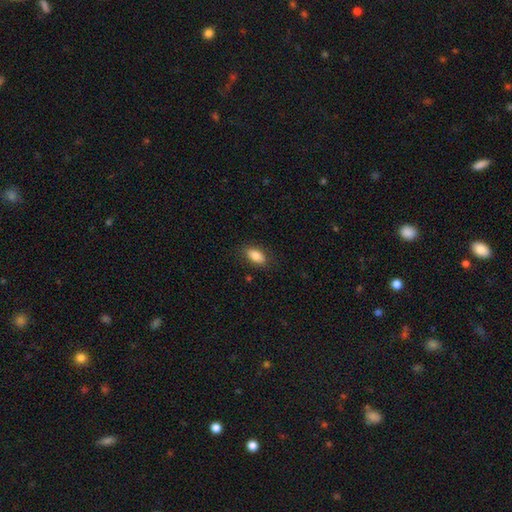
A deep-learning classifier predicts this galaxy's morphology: smooth 85%, star or artifact 8%, featured or disk 7%. Down the decision tree: how rounded — in between (90%); merging — none (84%).